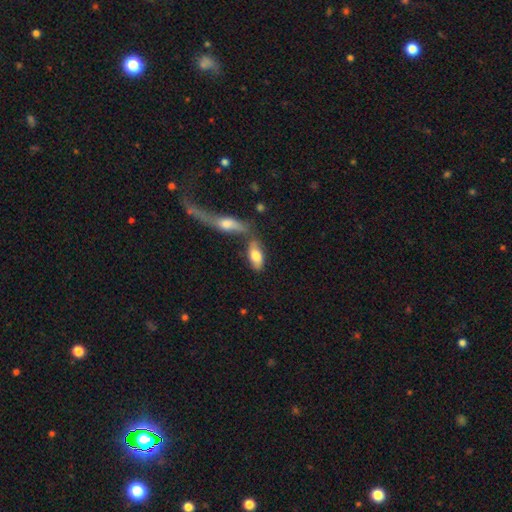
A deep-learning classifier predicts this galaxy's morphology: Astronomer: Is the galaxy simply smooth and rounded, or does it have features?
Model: smooth — 71%.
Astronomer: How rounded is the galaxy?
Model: in between — 85%.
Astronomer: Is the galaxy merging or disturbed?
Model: none — 52%.